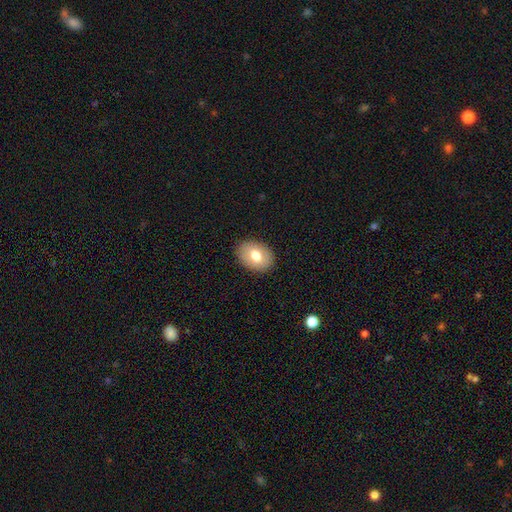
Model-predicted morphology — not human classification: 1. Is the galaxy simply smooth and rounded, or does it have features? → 74% smooth, 19% featured or disk, 8% star or artifact.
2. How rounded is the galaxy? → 73% in between, 26% round, 1% cigar-shaped.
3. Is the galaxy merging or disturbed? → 89% none, 8% minor disturbance, 2% major disturbance, 1% merger.